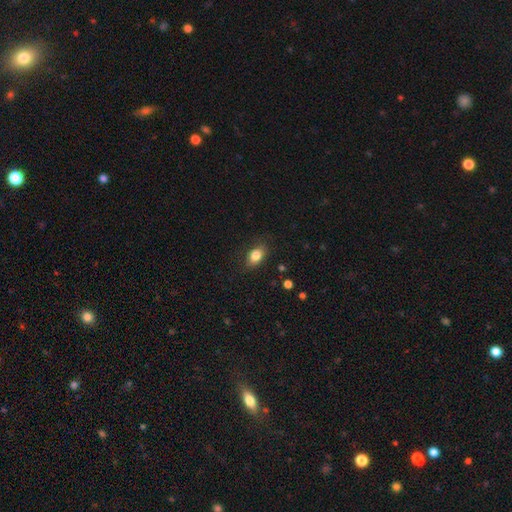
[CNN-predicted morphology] Smooth or featured?
  - smooth: 83% *
  - featured or disk: 9%
  - star or artifact: 8%
How rounded?
  - in between: 85% *
  - round: 12%
  - cigar-shaped: 3%
Merging?
  - none: 83% *
  - minor disturbance: 13%
  - major disturbance: 3%
  - merger: 1%